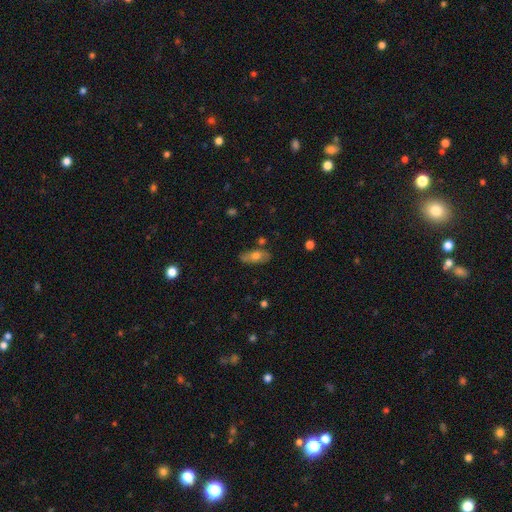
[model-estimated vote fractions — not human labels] Morphology: type=smooth (63%); roundness=in between (78%); merging=none (74%).